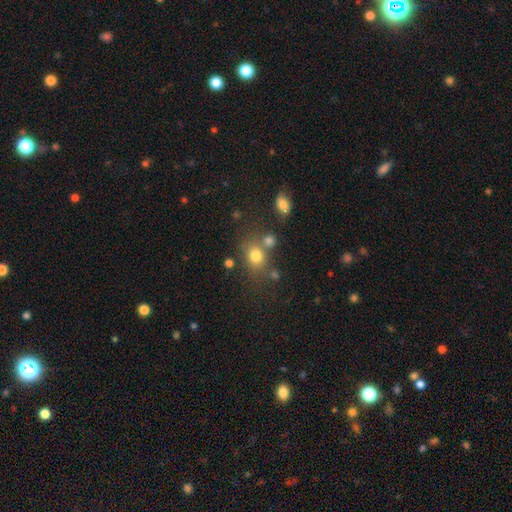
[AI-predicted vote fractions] A smooth galaxy with no disk features (76%) that is round (58%).

Vote fractions:
- Smooth or featured? smooth: 76% / star or artifact: 14% / featured or disk: 10%
- How rounded? round: 58% / in between: 40% / cigar-shaped: 1%
- Merging? none: 61% / merger: 19% / minor disturbance: 14% / major disturbance: 6%